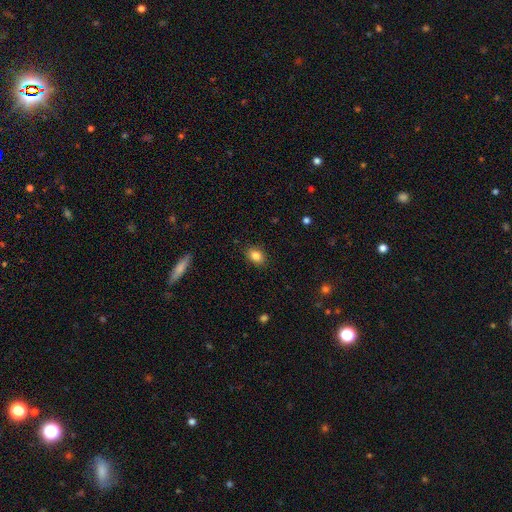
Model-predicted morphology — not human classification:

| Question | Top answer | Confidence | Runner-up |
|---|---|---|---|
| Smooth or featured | smooth | 84% | star or artifact (9%) |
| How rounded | in between | 69% | round (30%) |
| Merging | none | 87% | minor disturbance (10%) |